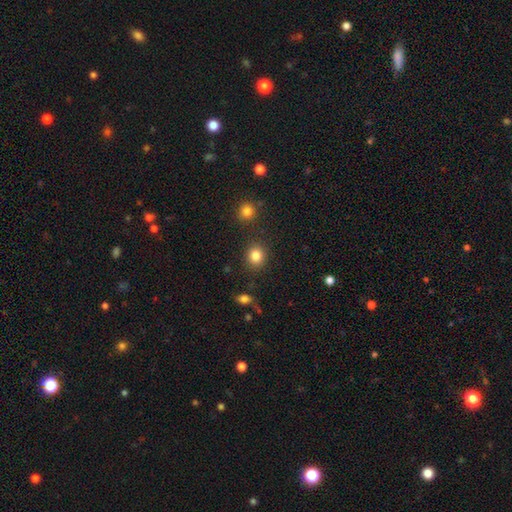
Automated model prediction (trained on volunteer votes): The model was most divided on "how rounded": round: 78%, in between: 21%, cigar-shaped: 1%. More confident: merging — none (87%); smooth or featured — smooth (85%).